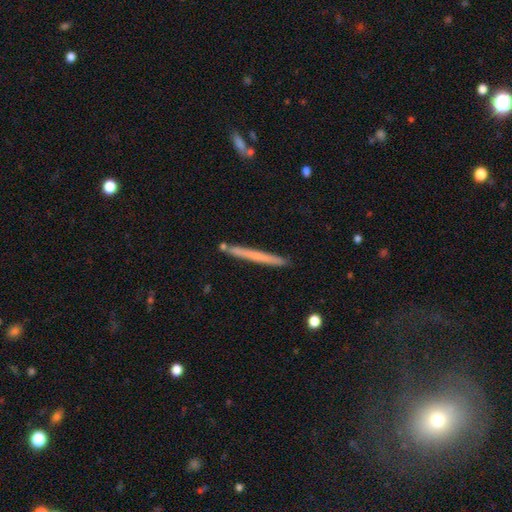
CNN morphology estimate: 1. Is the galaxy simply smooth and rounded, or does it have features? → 56% smooth, 39% featured or disk, 6% star or artifact.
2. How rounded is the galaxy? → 97% cigar-shaped, 1% in between, 1% round.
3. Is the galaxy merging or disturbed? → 89% none, 8% minor disturbance, 2% merger, 1% major disturbance.